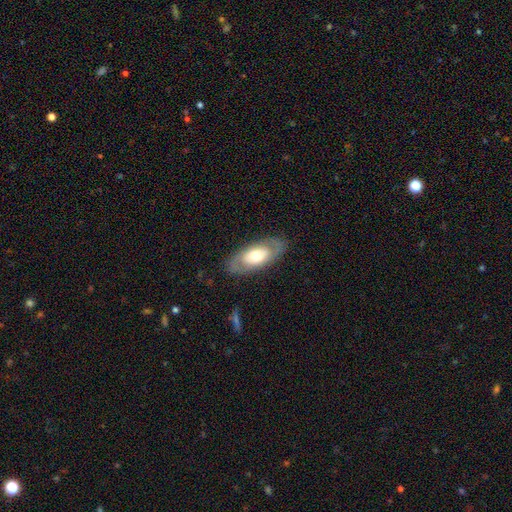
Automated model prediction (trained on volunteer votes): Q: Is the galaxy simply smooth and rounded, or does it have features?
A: featured or disk — 48%.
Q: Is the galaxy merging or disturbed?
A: none — 83%.